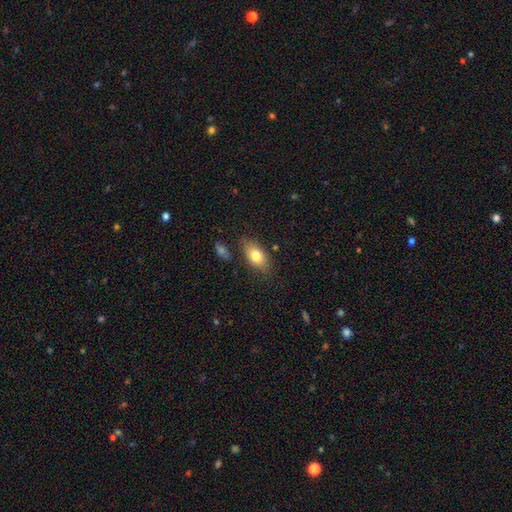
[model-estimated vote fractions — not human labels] A smooth galaxy with no disk features (76%) that is in between round and cigar-shaped (87%). Merging: none (79%).